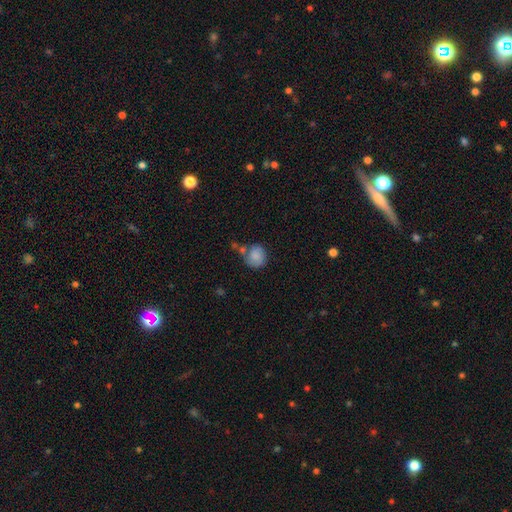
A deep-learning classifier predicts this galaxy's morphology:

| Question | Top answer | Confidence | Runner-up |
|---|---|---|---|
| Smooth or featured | smooth | 80% | featured or disk (12%) |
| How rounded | round | 83% | in between (16%) |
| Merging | none | 52% | minor disturbance (21%) |